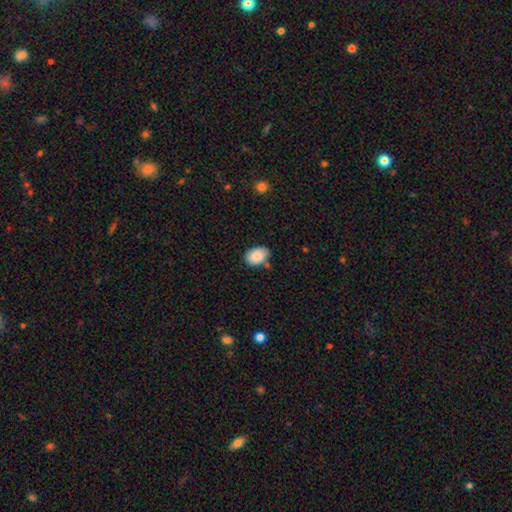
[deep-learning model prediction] Overall: smooth (87%). How rounded: in between (88%). Merging: none (74%).